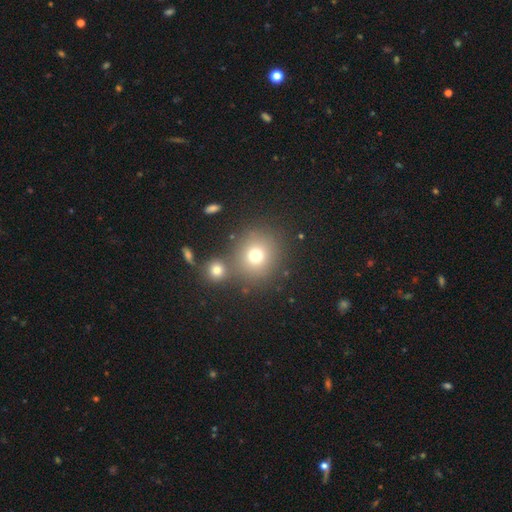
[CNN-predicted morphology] smooth 72%, star or artifact 17%, featured or disk 11%. Down the decision tree: how rounded — round (87%); merging — none (70%).